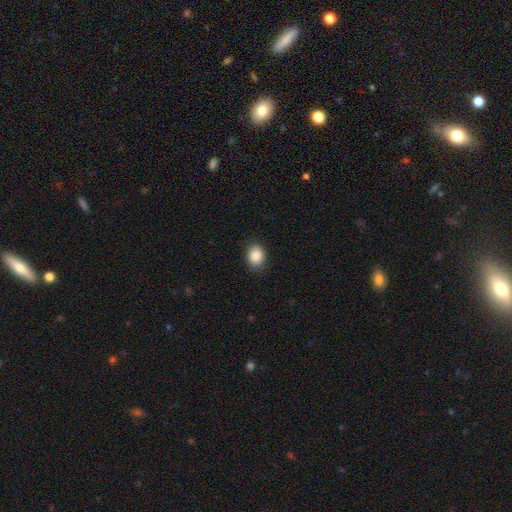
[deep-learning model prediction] This appears to be a smooth galaxy with no disk features (86%) that is in between round and cigar-shaped (56%). Merging: none (86%).